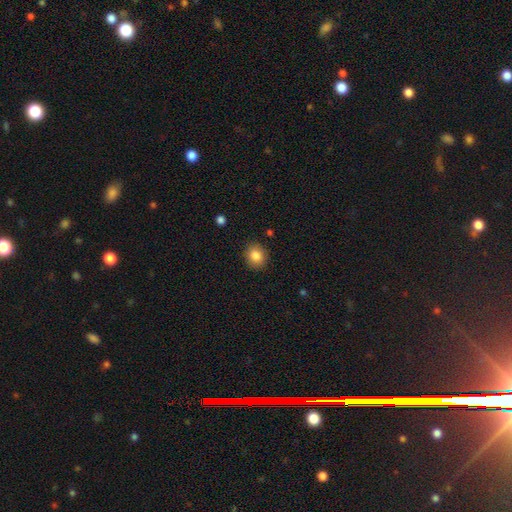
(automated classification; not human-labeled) Morphology: type=smooth (84%); roundness=round (73%); merging=none (89%).